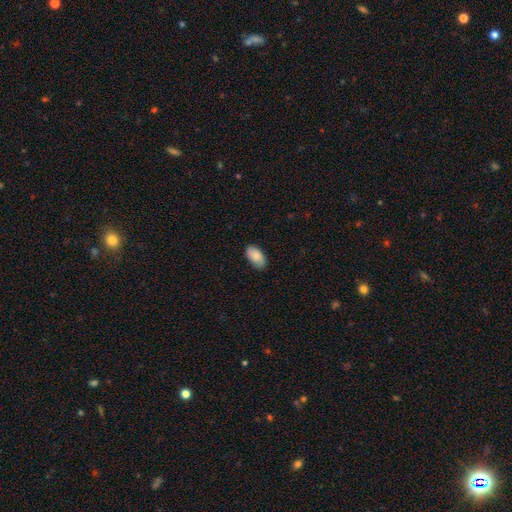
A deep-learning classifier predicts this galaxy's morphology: smooth-or-featured: smooth: 85% | featured or disk: 8% | star or artifact: 6%
  how-rounded: in between: 95% | round: 3% | cigar-shaped: 2%
  merging: none: 83% | minor disturbance: 14% | major disturbance: 2% | merger: 1%